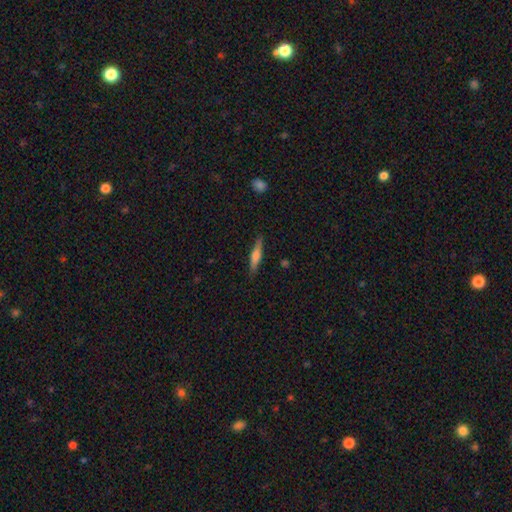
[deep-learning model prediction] Q: Smooth or featured?
A: smooth (48%); runner-up: featured or disk (46%)
Q: Merging?
A: none (87%); runner-up: minor disturbance (10%)